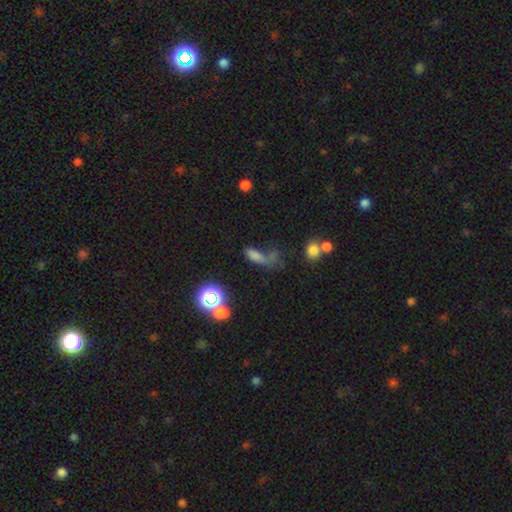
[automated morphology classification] Smooth or featured: smooth — 64% (star or artifact — 22%)
How rounded: in between — 57% (cigar-shaped — 32%)
Merging: none — 36% (merger — 24%)